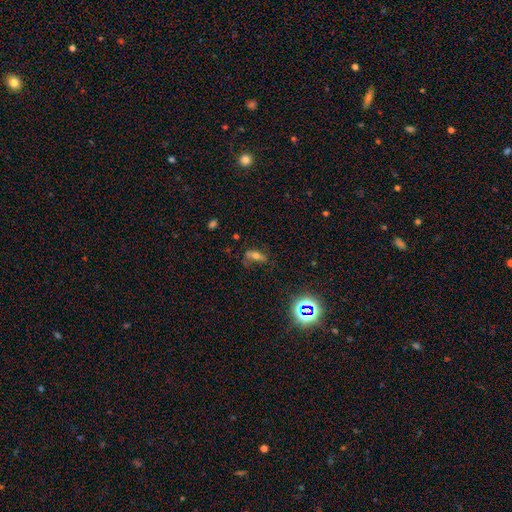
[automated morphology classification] This appears to be a smooth galaxy with no disk features (49%). Merging: none (57%).